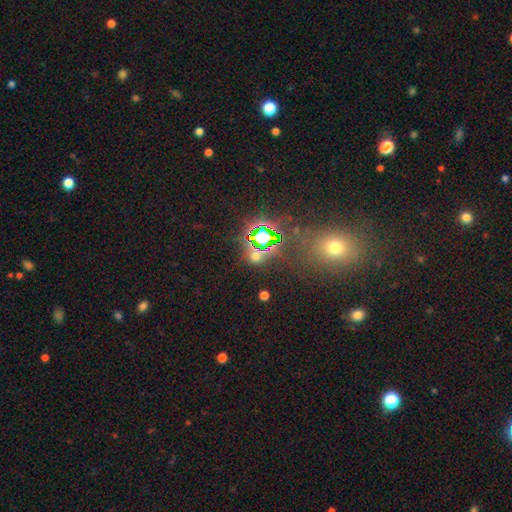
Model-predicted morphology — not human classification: smooth_or_featured: star or artifact (p=0.73) [alt: smooth p=0.18]